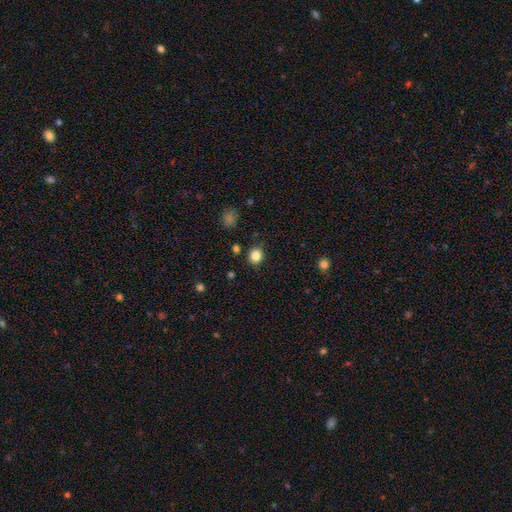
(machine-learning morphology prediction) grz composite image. It shows a smooth galaxy with no disk features (84%) that is round (82%). Merging: none (88%).